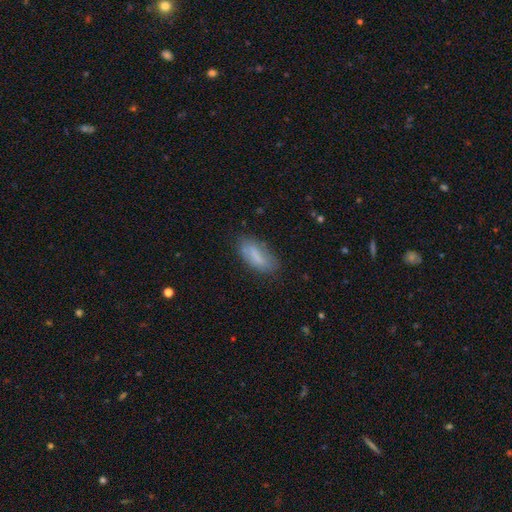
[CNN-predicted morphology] Smooth or featured?
  - smooth: 71% *
  - featured or disk: 21%
  - star or artifact: 8%
How rounded?
  - in between: 76% *
  - cigar-shaped: 21%
  - round: 2%
Merging?
  - none: 68% *
  - minor disturbance: 23%
  - major disturbance: 7%
  - merger: 3%